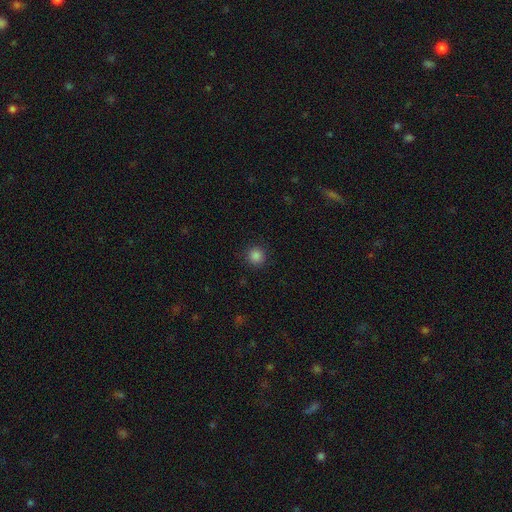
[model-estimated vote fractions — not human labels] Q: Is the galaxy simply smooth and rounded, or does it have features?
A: smooth — 85%.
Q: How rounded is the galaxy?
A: round — 95%.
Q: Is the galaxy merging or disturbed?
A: none — 90%.